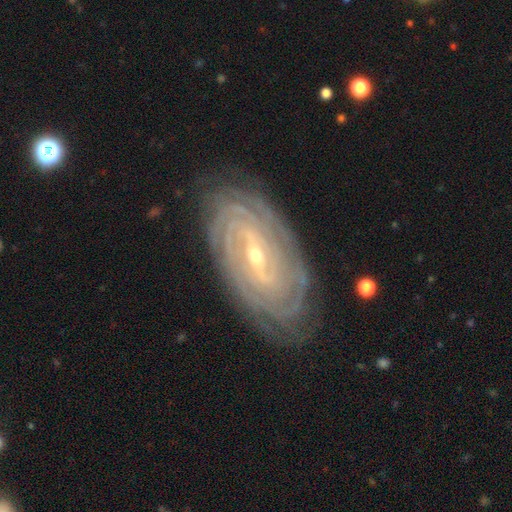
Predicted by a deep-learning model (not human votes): Smooth or featured: featured or disk — 90% (smooth — 5%)
Edge-on disk: no — 95% (yes — 5%)
Bar: weak — 42% (strong — 38%)
Spiral arms: yes — 97% (no — 3%)
Spiral winding: tight — 86% (medium — 12%)
Spiral arm count: can't tell — 29% (4 — 22%)
Bulge size: small — 64% (moderate — 33%)
Merging: none — 84% (minor disturbance — 12%)